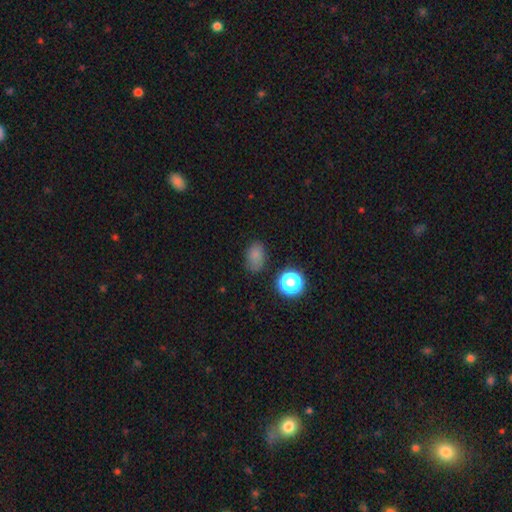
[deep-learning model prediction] Smooth or featured?
  - smooth: 79% *
  - star or artifact: 15%
  - featured or disk: 7%
How rounded?
  - in between: 80% *
  - round: 19%
  - cigar-shaped: 1%
Merging?
  - none: 76% *
  - minor disturbance: 17%
  - major disturbance: 5%
  - merger: 2%